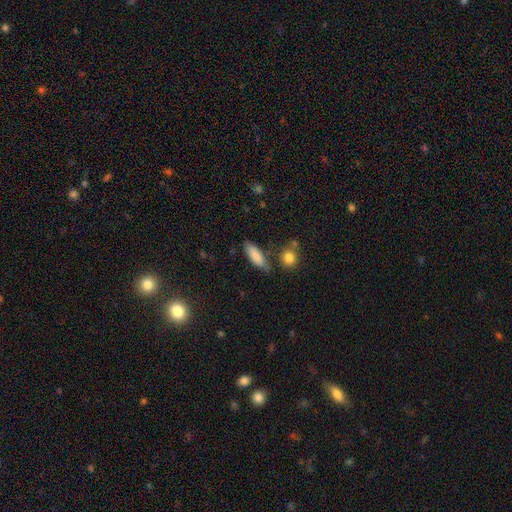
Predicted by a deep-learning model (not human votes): This is clearly a smooth galaxy (83%). How rounded: likely in between (62%). Merging: likely none (73%).